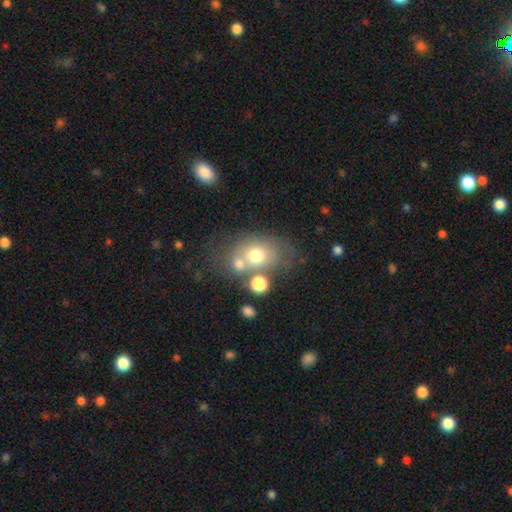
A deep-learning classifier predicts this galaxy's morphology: This appears to be a smooth galaxy with no disk features (61%) that is in between round and cigar-shaped (61%). Merging: none (43%).